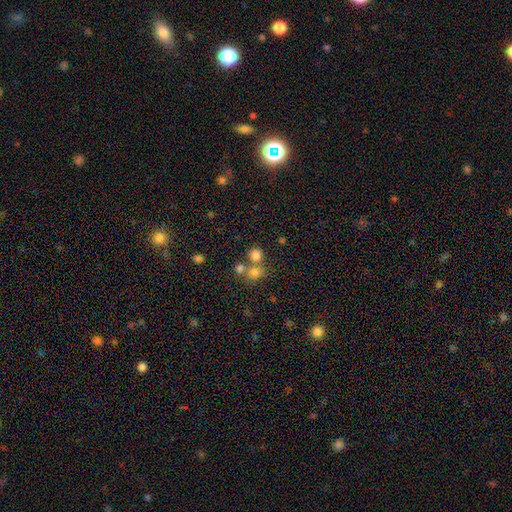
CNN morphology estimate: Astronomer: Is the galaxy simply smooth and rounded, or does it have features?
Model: smooth — 76%.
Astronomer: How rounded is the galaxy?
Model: round — 85%.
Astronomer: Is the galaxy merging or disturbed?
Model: none — 58%.